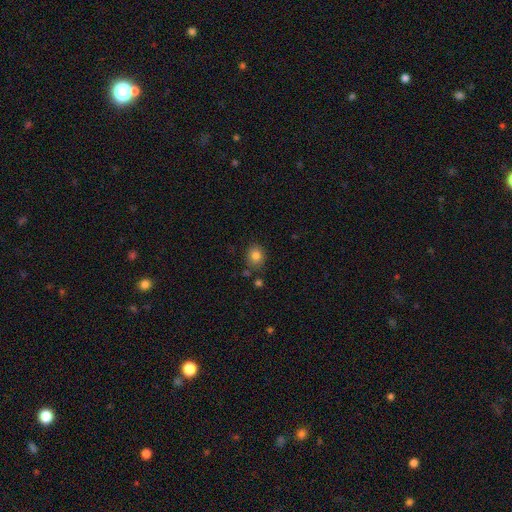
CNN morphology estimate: Smooth or featured: smooth — 81% (star or artifact — 11%)
How rounded: round — 64% (in between — 35%)
Merging: none — 81% (minor disturbance — 12%)